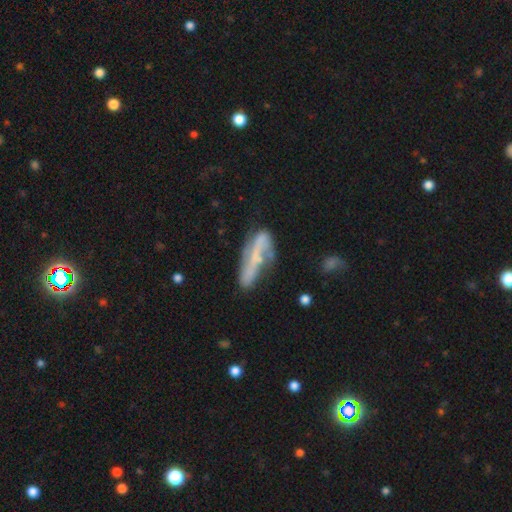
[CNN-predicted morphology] Overall: featured or disk (55%; smooth 34%). Edge-on disk: no (69%; yes 31%). Merging: none (46%; minor disturbance 25%).